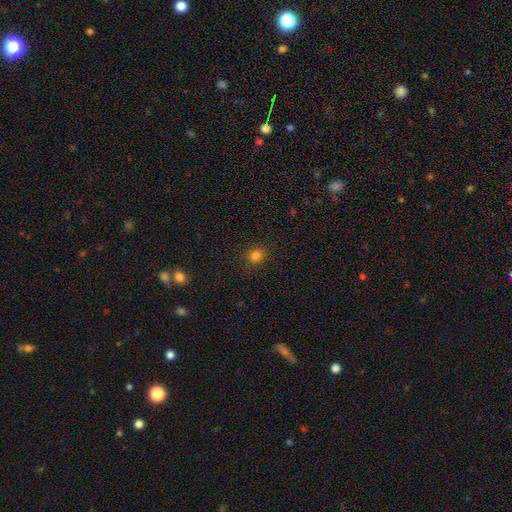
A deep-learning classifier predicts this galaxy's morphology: Smooth or featured?
  - smooth: 81% *
  - star or artifact: 15%
  - featured or disk: 4%
How rounded?
  - round: 87% *
  - in between: 12%
  - cigar-shaped: 1%
Merging?
  - none: 89% *
  - minor disturbance: 8%
  - major disturbance: 3%
  - merger: 1%